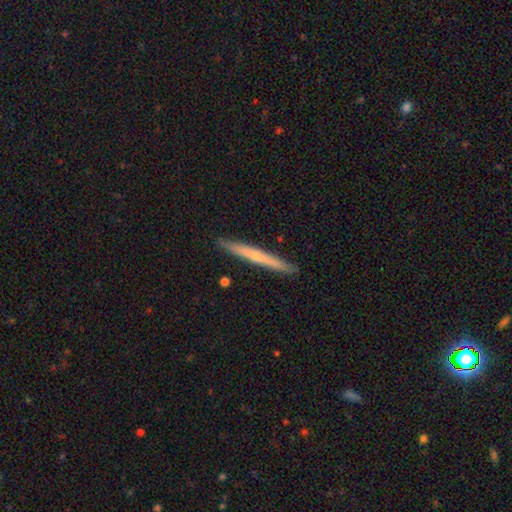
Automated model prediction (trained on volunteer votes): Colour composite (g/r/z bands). It shows a featured or disk galaxy (47%, tied with smooth). Merging: none (91%).